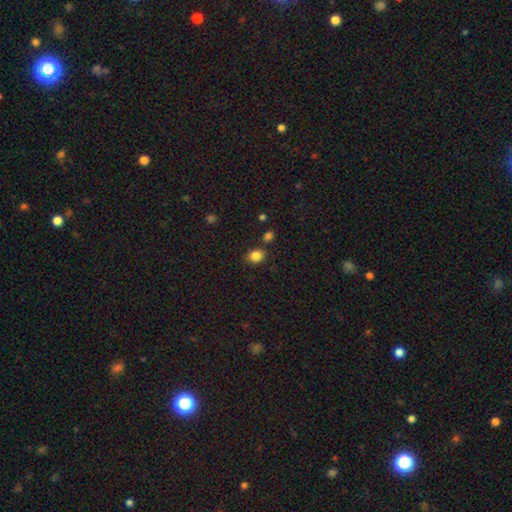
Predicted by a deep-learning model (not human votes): Smooth or featured?
  - smooth: 84% *
  - star or artifact: 11%
  - featured or disk: 5%
How rounded?
  - round: 53% *
  - in between: 47%
  - cigar-shaped: 1%
Merging?
  - none: 78% *
  - minor disturbance: 12%
  - merger: 7%
  - major disturbance: 3%